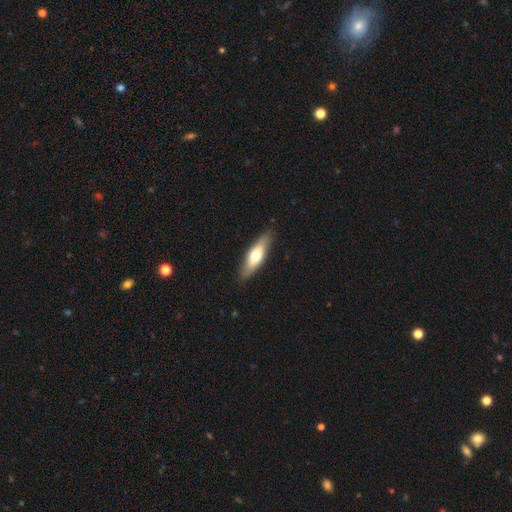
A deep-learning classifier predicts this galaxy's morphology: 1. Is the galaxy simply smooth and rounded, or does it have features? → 61% smooth, 34% featured or disk, 5% star or artifact.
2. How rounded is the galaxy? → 53% cigar-shaped, 45% in between, 2% round.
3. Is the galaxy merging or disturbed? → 86% none, 11% minor disturbance, 2% major disturbance, 1% merger.